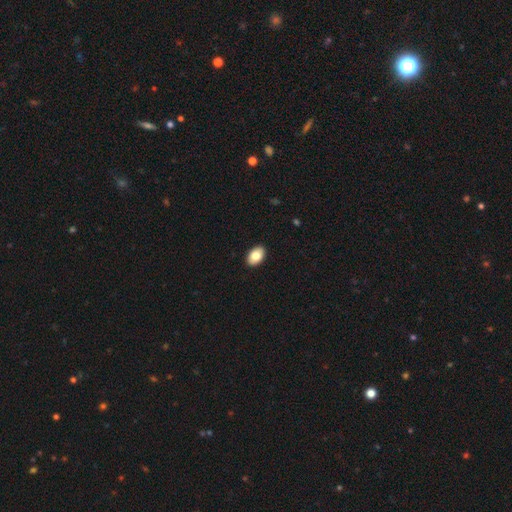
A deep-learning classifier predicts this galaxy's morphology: Smooth or featured? smooth (83%)
How rounded? in between (91%)
Merging? none (91%)